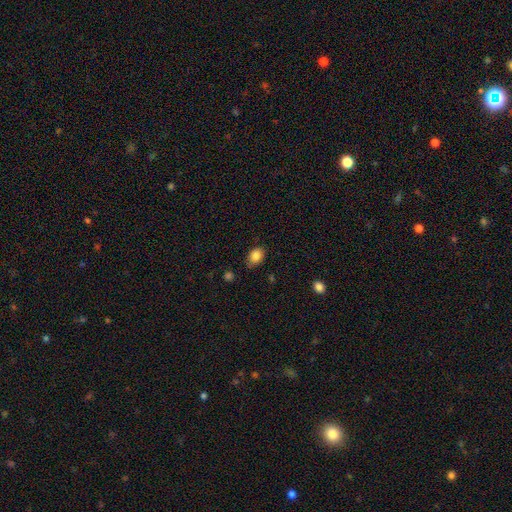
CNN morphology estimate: Q: Smooth or featured?
A: smooth (85%); runner-up: star or artifact (9%)
Q: How rounded?
A: in between (79%); runner-up: round (20%)
Q: Merging?
A: none (76%); runner-up: minor disturbance (19%)